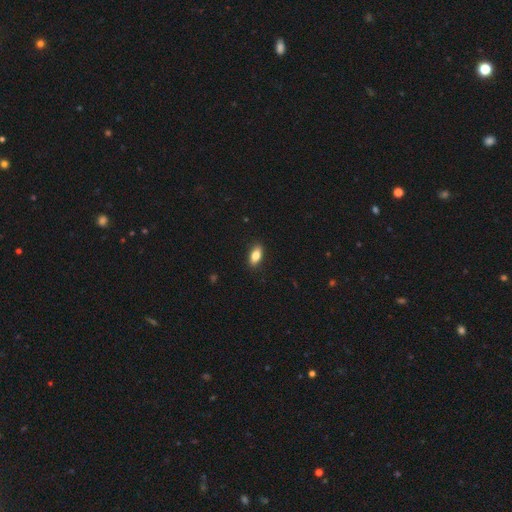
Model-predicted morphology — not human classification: A smooth galaxy with no disk features (80%) that is in between round and cigar-shaped (85%).

Vote fractions:
- Smooth or featured? smooth: 80% / featured or disk: 12% / star or artifact: 7%
- How rounded? in between: 85% / cigar-shaped: 11% / round: 4%
- Merging? none: 88% / minor disturbance: 9% / major disturbance: 2% / merger: 1%